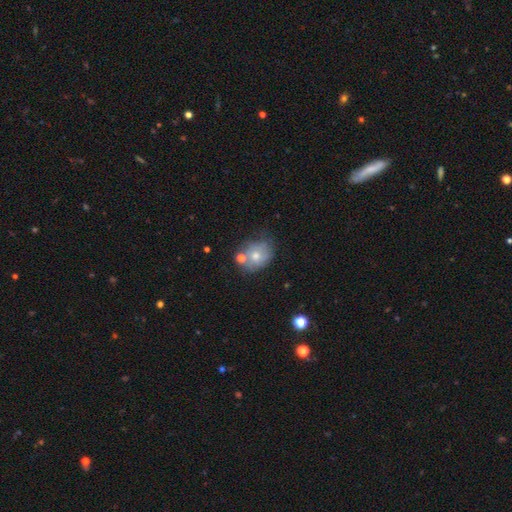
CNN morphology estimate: smooth_or_featured: smooth (p=0.52) [alt: featured or disk p=0.34]
how_rounded: round (p=0.56) [alt: in between p=0.42]
merging: none (p=0.55) [alt: minor disturbance p=0.21]